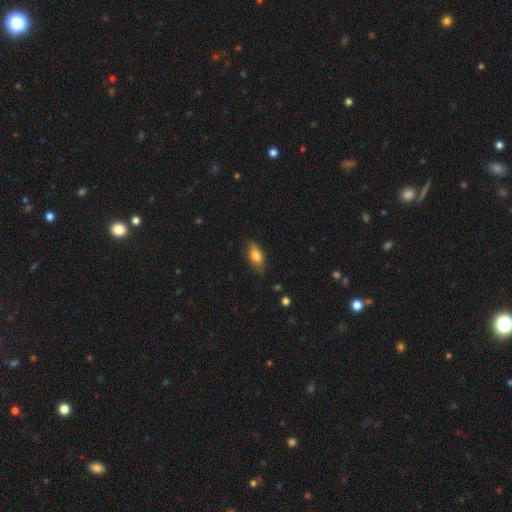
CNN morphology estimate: Smooth or featured: smooth — 79% (featured or disk — 14%)
How rounded: in between — 84% (cigar-shaped — 12%)
Merging: none — 81% (minor disturbance — 15%)